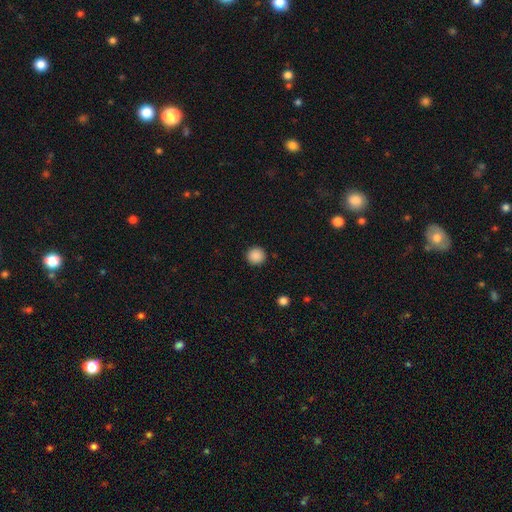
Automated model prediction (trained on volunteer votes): Q: Smooth or featured?
A: smooth (88%); runner-up: star or artifact (9%)
Q: How rounded?
A: round (95%); runner-up: in between (4%)
Q: Merging?
A: none (92%); runner-up: minor disturbance (5%)